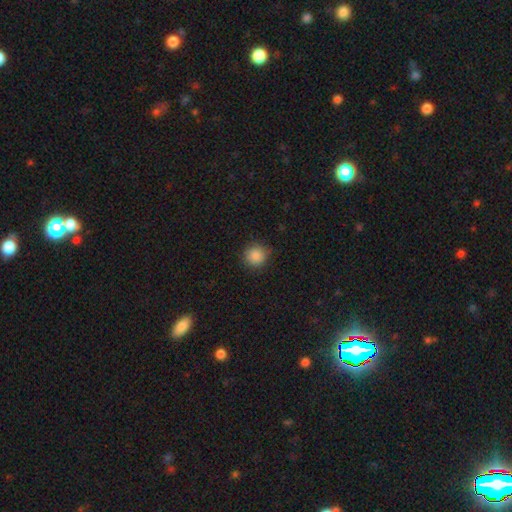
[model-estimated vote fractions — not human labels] Q: Smooth or featured?
A: smooth (87%); runner-up: star or artifact (10%)
Q: How rounded?
A: round (93%); runner-up: in between (6%)
Q: Merging?
A: none (86%); runner-up: minor disturbance (10%)